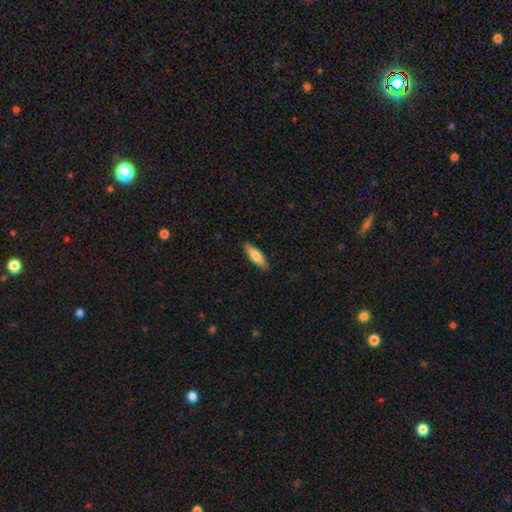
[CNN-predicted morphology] This is likely a smooth galaxy (74%). How rounded: possibly cigar-shaped (52%). Merging: clearly none (89%).